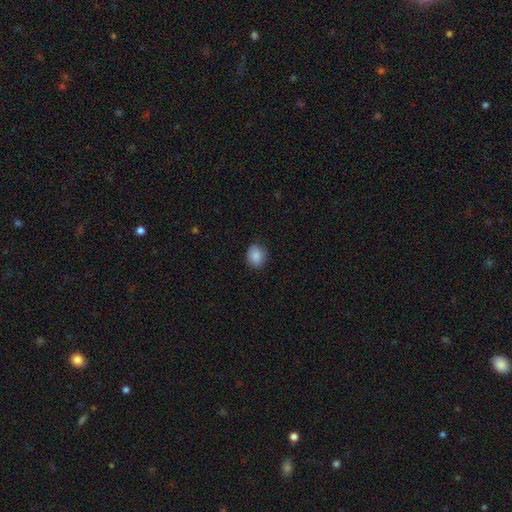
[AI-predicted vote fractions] Smooth or featured? smooth (88%)
How rounded? round (60%)
Merging? none (85%)